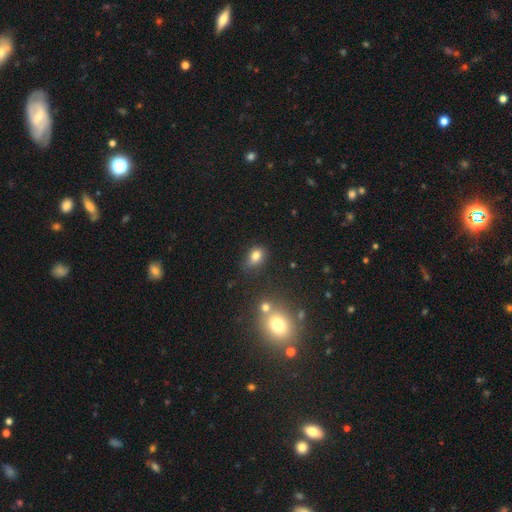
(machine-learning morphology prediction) Smooth or featured: smooth — 79% (star or artifact — 13%)
How rounded: in between — 69% (round — 29%)
Merging: none — 66% (minor disturbance — 23%)